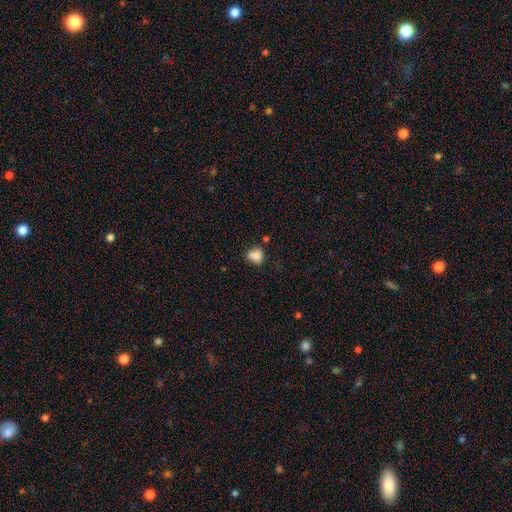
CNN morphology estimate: type=smooth (80%); roundness=round (64%); merging=none (46%).